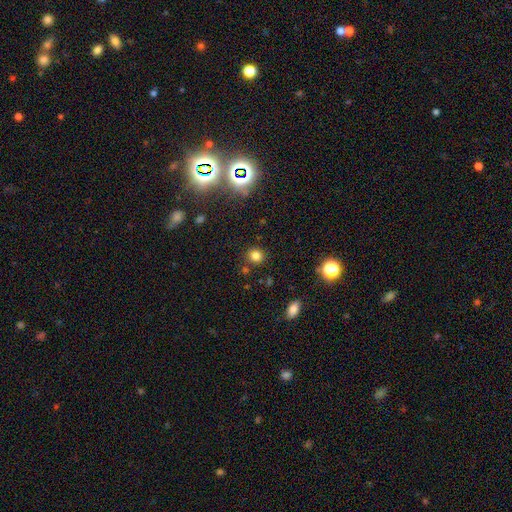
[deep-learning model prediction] A smooth galaxy with no disk features (79%) that is round (87%).

Vote fractions:
- Smooth or featured? smooth: 79% / star or artifact: 16% / featured or disk: 5%
- How rounded? round: 87% / in between: 12% / cigar-shaped: 1%
- Merging? none: 85% / minor disturbance: 8% / merger: 4% / major disturbance: 3%